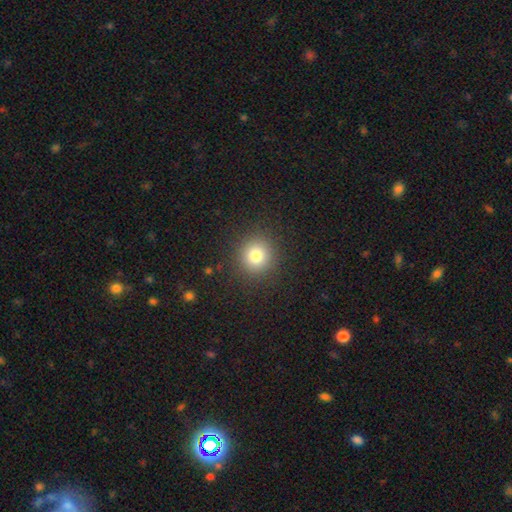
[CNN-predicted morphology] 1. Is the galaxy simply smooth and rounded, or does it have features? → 79% smooth, 13% star or artifact, 7% featured or disk.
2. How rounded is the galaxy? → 89% round, 10% in between, 1% cigar-shaped.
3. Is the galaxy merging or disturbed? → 90% none, 6% minor disturbance, 3% major disturbance, 1% merger.